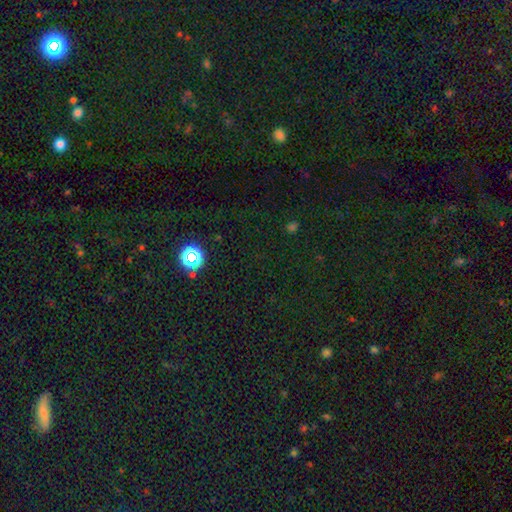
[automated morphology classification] smooth_or_featured: star or artifact (p=0.73) [alt: smooth p=0.21]